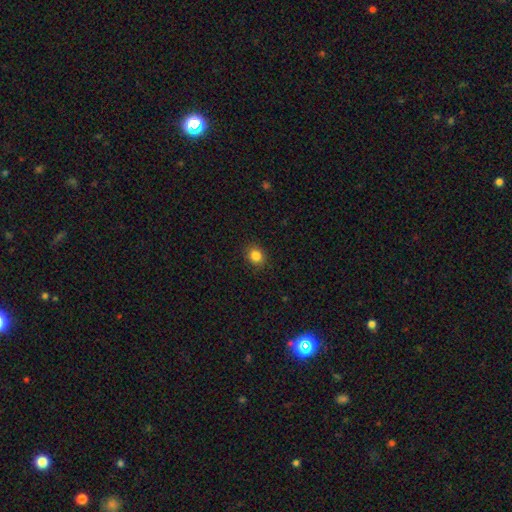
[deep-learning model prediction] The model was most divided on "how rounded": round: 73%, in between: 26%, cigar-shaped: 1%. More confident: merging — none (89%); smooth or featured — smooth (85%).